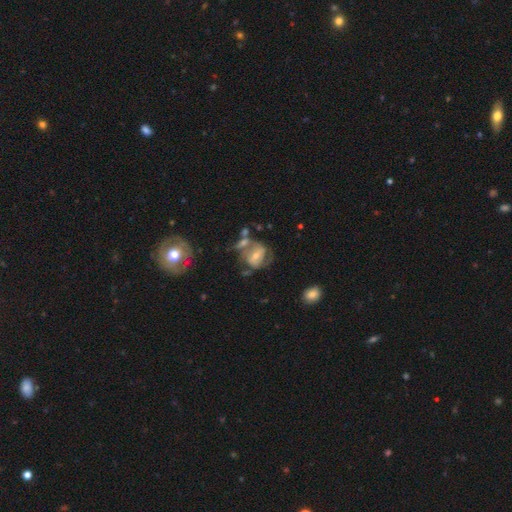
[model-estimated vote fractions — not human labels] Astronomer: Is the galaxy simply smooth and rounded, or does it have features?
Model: featured or disk — 65%.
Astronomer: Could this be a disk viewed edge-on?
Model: no — 96%.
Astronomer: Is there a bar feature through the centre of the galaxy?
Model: weak — 38% (runner-up: no, 37%).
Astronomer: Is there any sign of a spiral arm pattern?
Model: yes — 71%.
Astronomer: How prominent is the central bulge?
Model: moderate — 50% (runner-up: small, 43%).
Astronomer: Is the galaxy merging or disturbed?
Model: none — 38% (runner-up: merger, 24%).